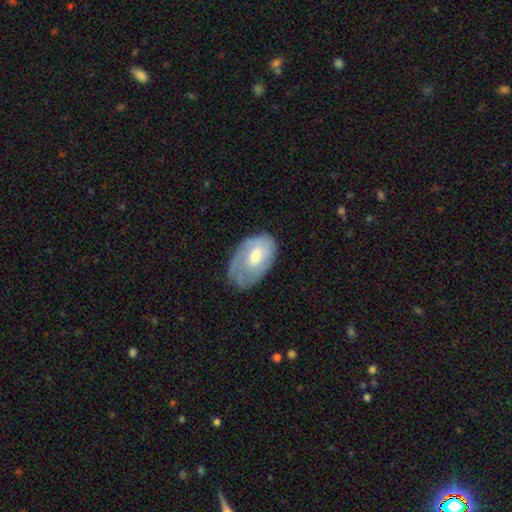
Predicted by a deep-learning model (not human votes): smooth_or_featured: smooth (p=0.54) [alt: featured or disk p=0.40]
how_rounded: in between (p=0.91) [alt: round p=0.08]
merging: none (p=0.57) [alt: minor disturbance p=0.30]